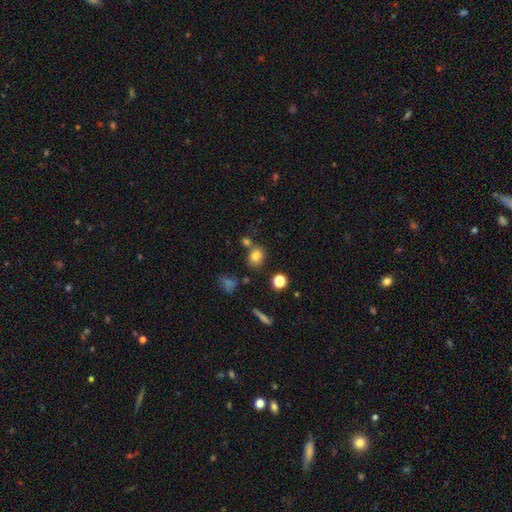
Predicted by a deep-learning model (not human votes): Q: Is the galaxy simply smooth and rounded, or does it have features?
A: smooth — 78%.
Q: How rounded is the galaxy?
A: round — 59%.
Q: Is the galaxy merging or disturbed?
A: none — 69%.